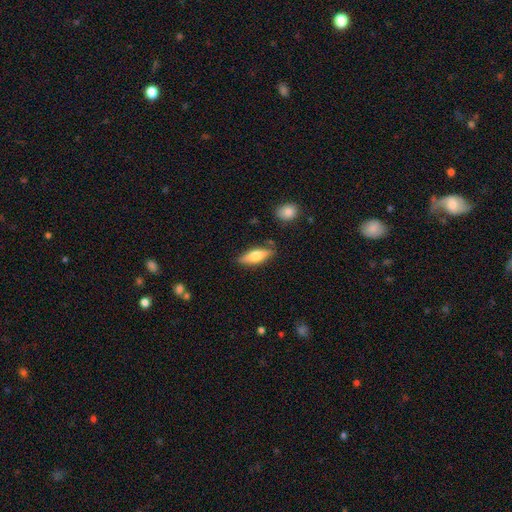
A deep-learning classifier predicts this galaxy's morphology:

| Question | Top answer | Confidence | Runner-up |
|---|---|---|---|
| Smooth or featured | smooth | 64% | featured or disk (30%) |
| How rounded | in between | 57% | cigar-shaped (41%) |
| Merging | none | 81% | minor disturbance (13%) |